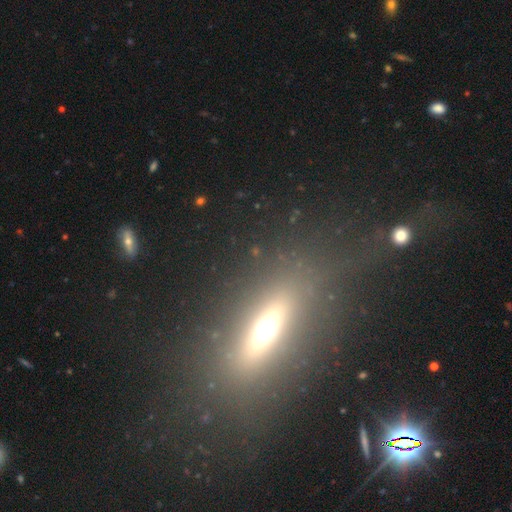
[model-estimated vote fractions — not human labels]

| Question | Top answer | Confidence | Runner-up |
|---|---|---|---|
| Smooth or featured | featured or disk | 48% | smooth (35%) |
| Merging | none | 70% | minor disturbance (14%) |